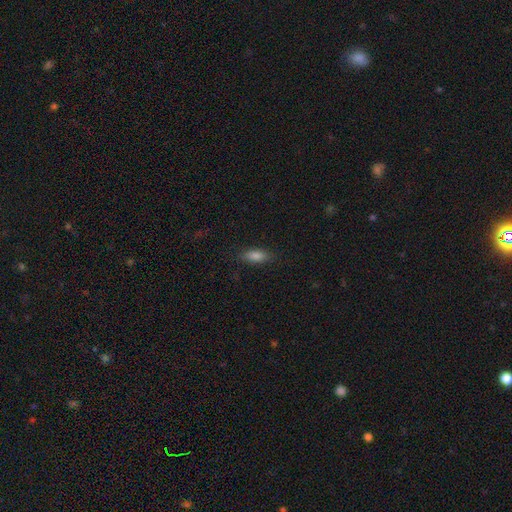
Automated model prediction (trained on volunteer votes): A smooth galaxy with no disk features (78%) that is in between round and cigar-shaped (70%). Merging: none (86%).